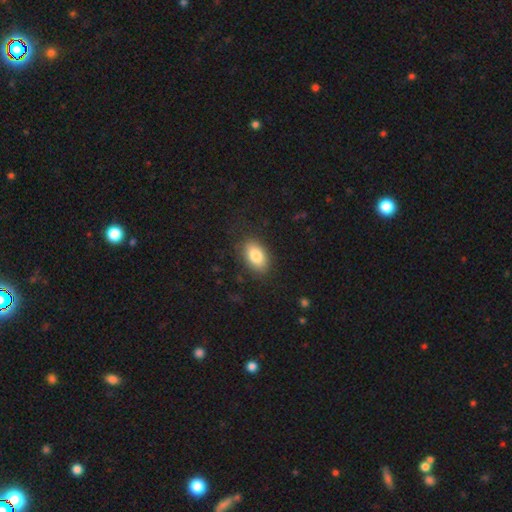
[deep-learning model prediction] smooth_or_featured: smooth (p=0.83) [alt: featured or disk p=0.10]
how_rounded: in between (p=0.92) [alt: round p=0.06]
merging: none (p=0.83) [alt: minor disturbance p=0.12]